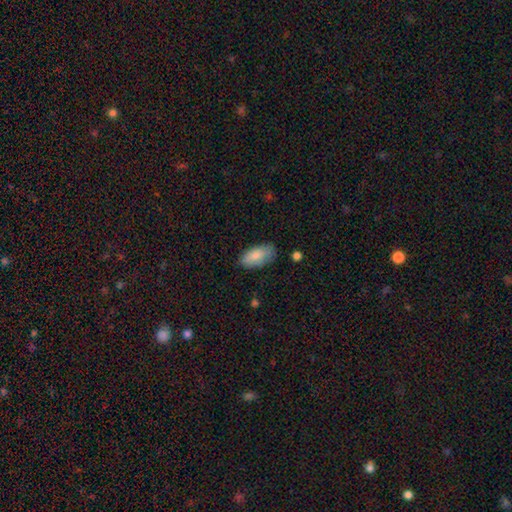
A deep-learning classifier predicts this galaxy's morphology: Overall: smooth (82%). How rounded: in between (92%). Merging: none (74%).